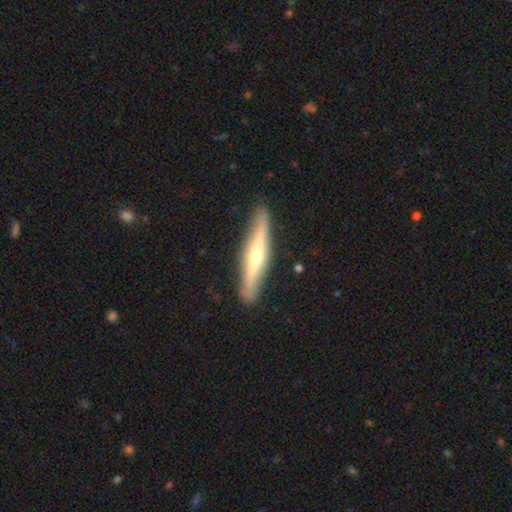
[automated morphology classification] Q: Smooth or featured?
A: featured or disk (62%); runner-up: smooth (33%)
Q: Edge-on disk?
A: yes (91%); runner-up: no (9%)
Q: Edge-on bulge?
A: rounded (86%); runner-up: none (10%)
Q: Merging?
A: none (88%); runner-up: minor disturbance (9%)